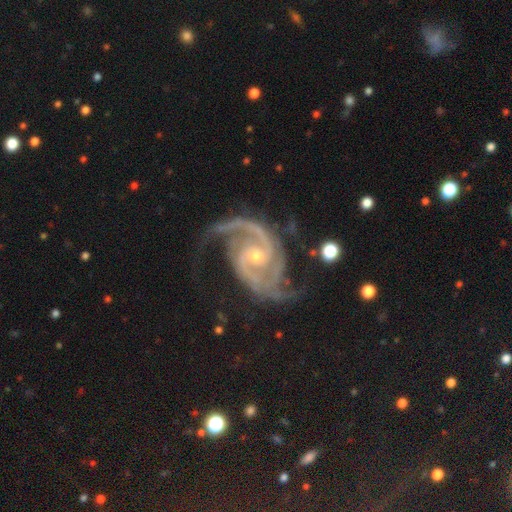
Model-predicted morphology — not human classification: smooth_or_featured: featured or disk (p=0.93) [alt: star or artifact p=0.04]
disk_edge_on: no (p=0.98) [alt: yes p=0.02]
bar: no (p=0.54) [alt: weak p=0.33]
has_spiral_arms: yes (p=0.99) [alt: no p=0.01]
spiral_winding: medium (p=0.55) [alt: tight p=0.32]
spiral_arm_count: 2 (p=0.65) [alt: 3 p=0.16]
bulge_size: small (p=0.66) [alt: moderate p=0.31]
merging: none (p=0.63) [alt: minor disturbance p=0.20]